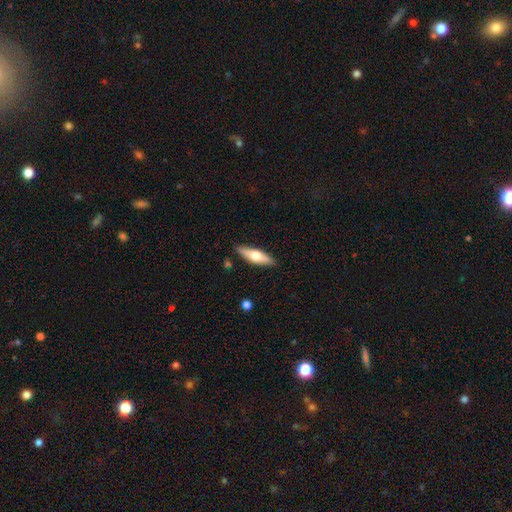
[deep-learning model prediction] A smooth galaxy with no disk features (50%) that is cigar-shaped (54%).

Vote fractions:
- Smooth or featured? smooth: 50% / featured or disk: 44% / star or artifact: 6%
- How rounded? cigar-shaped: 54% / in between: 44% / round: 2%
- Merging? none: 87% / minor disturbance: 10% / major disturbance: 2% / merger: 2%